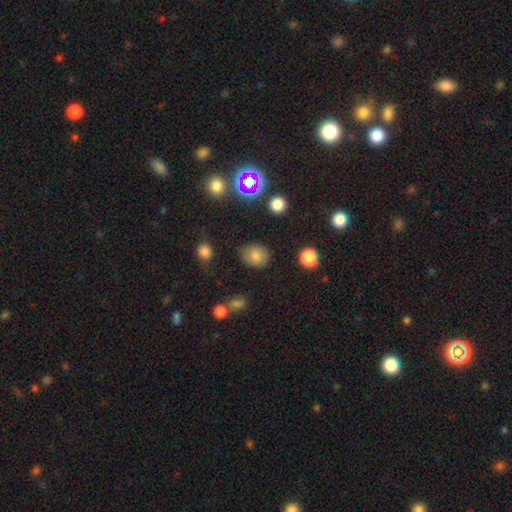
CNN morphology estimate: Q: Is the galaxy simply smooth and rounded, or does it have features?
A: smooth — 77%.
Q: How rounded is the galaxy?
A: round — 50%.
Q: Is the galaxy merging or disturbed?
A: none — 78%.